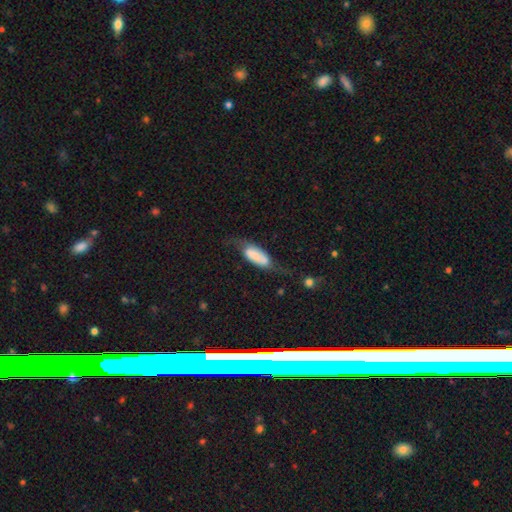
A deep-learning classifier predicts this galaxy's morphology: Smooth or featured? smooth (65%)
How rounded? in between (75%)
Merging? none (32%)